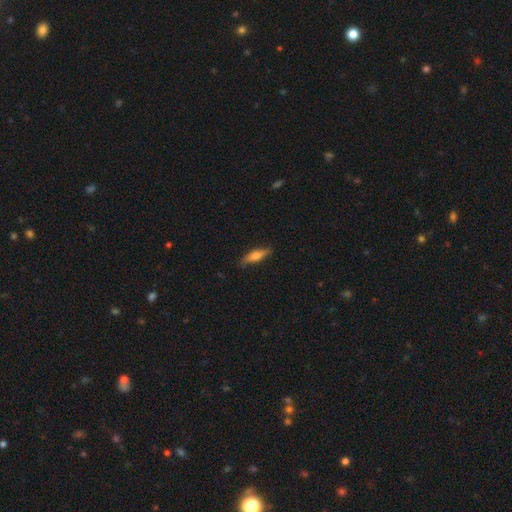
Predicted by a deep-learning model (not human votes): A smooth galaxy with no disk features (59%) that is cigar-shaped (60%).

Vote fractions:
- Smooth or featured? smooth: 59% / featured or disk: 34% / star or artifact: 6%
- How rounded? cigar-shaped: 60% / in between: 38% / round: 2%
- Merging? none: 81% / minor disturbance: 15% / major disturbance: 3% / merger: 1%